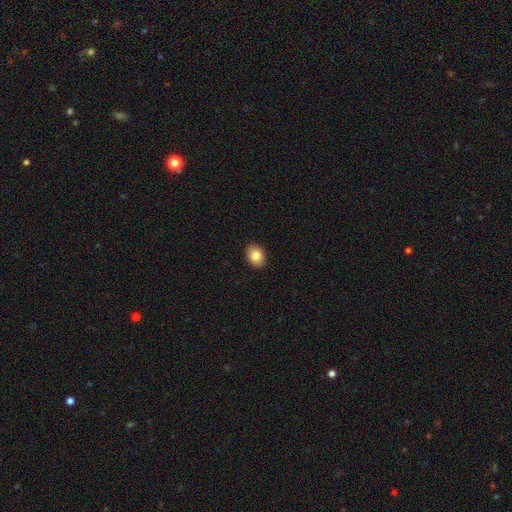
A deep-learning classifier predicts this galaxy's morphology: Overall: smooth (84%). How rounded: in between (62%; round 37%). Merging: none (91%).